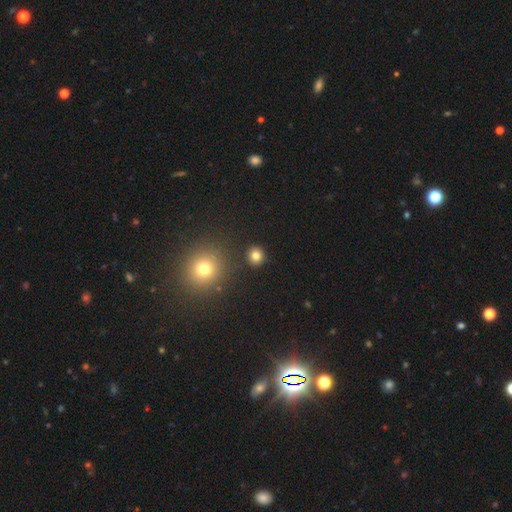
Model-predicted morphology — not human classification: Q: Smooth or featured?
A: smooth (81%); runner-up: star or artifact (13%)
Q: How rounded?
A: round (89%); runner-up: in between (10%)
Q: Merging?
A: none (89%); runner-up: minor disturbance (6%)